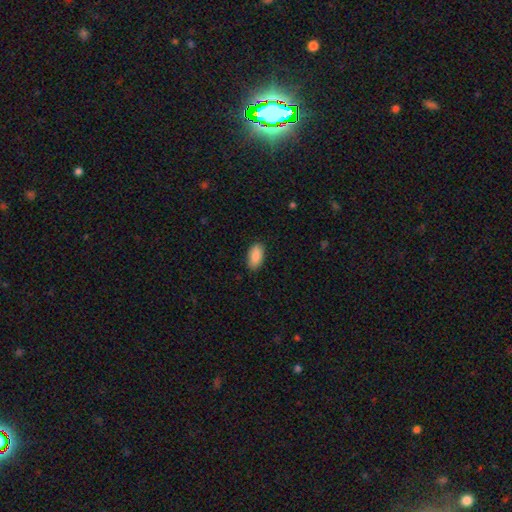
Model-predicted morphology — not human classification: Q: Smooth or featured?
A: smooth (89%); runner-up: star or artifact (6%)
Q: How rounded?
A: in between (93%); runner-up: cigar-shaped (5%)
Q: Merging?
A: none (87%); runner-up: minor disturbance (10%)